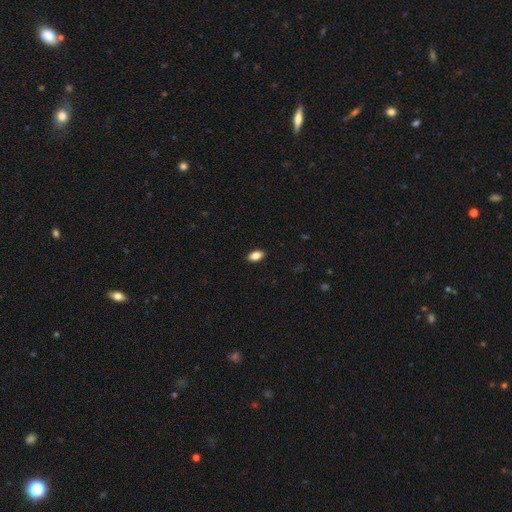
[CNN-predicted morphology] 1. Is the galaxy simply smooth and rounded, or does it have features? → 85% smooth, 8% star or artifact, 7% featured or disk.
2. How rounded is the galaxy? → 90% in between, 7% round, 3% cigar-shaped.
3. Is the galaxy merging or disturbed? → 90% none, 8% minor disturbance, 2% major disturbance, 1% merger.